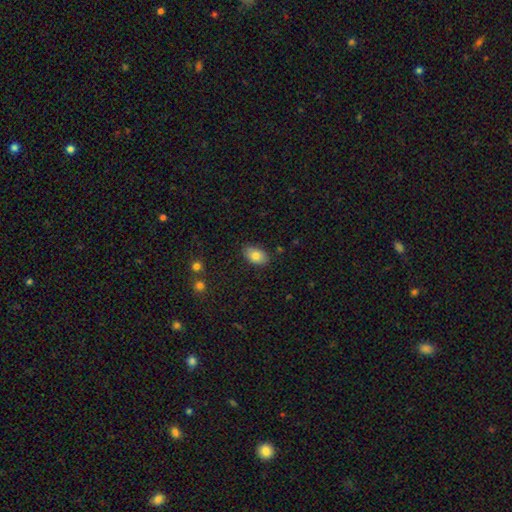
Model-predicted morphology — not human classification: Smooth or featured? Predicted: smooth (p=0.81). How rounded? Predicted: in between (p=0.90). Merging? Predicted: none (p=0.84).